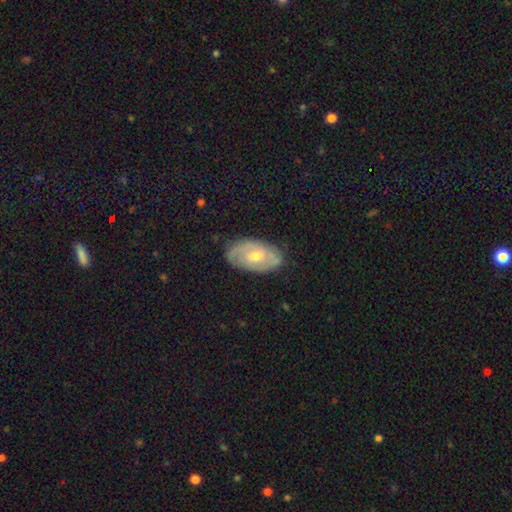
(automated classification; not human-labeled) Smooth or featured: featured or disk — 65% (smooth — 29%)
Edge-on disk: no — 93% (yes — 7%)
Bar: no — 61% (weak — 33%)
Spiral arms: yes — 77% (no — 23%)
Bulge size: moderate — 58% (small — 38%)
Merging: none — 77% (minor disturbance — 18%)